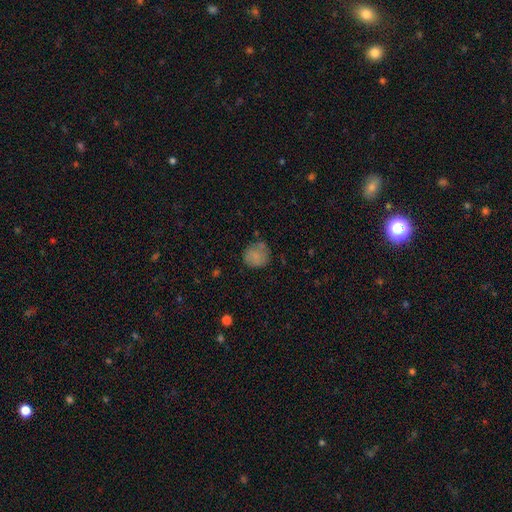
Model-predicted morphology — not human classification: Smooth or featured? Predicted: smooth (p=0.78). How rounded? Predicted: round (p=0.85). Merging? Predicted: none (p=0.67).